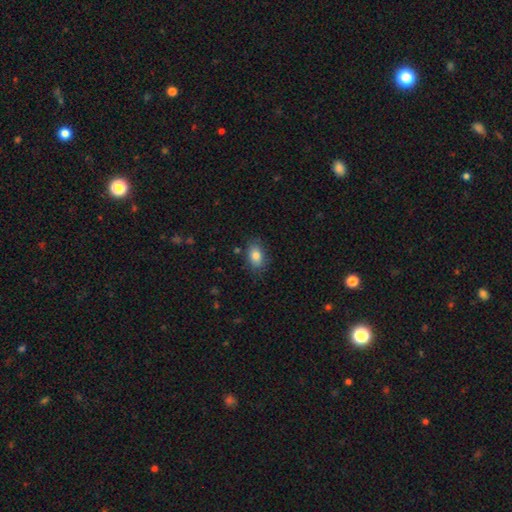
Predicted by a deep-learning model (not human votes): Smooth or featured: smooth — 83% (featured or disk — 9%)
How rounded: in between — 83% (round — 16%)
Merging: none — 81% (minor disturbance — 14%)